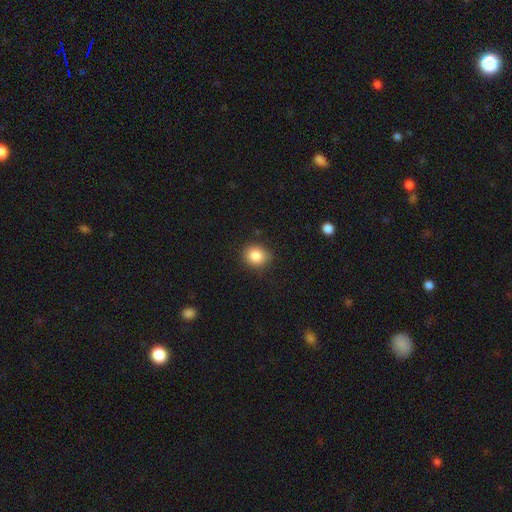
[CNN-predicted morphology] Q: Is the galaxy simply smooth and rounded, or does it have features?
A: smooth — 86%.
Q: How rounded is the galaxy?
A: round — 75%.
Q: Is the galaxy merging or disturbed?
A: none — 86%.